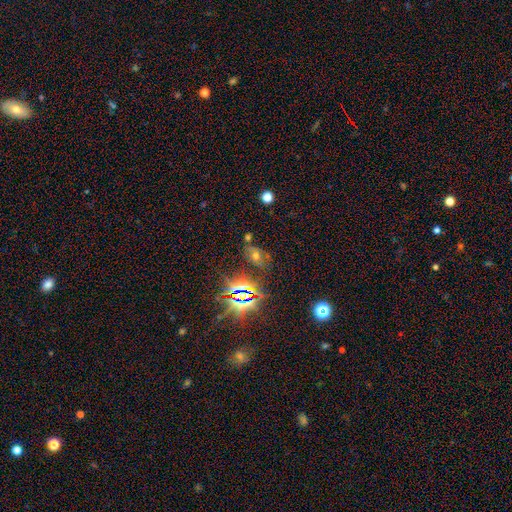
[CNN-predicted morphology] Smooth or featured? star or artifact (47%)